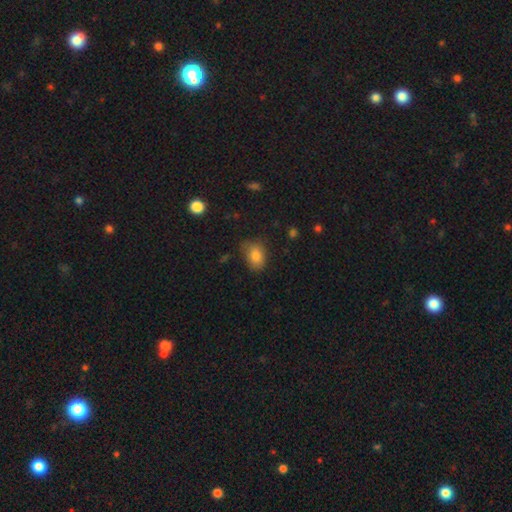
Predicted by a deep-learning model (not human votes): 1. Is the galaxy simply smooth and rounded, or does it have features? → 83% smooth, 9% star or artifact, 8% featured or disk.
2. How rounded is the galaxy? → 78% in between, 21% round, 1% cigar-shaped.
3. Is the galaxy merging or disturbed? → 68% none, 24% minor disturbance, 6% major disturbance, 2% merger.